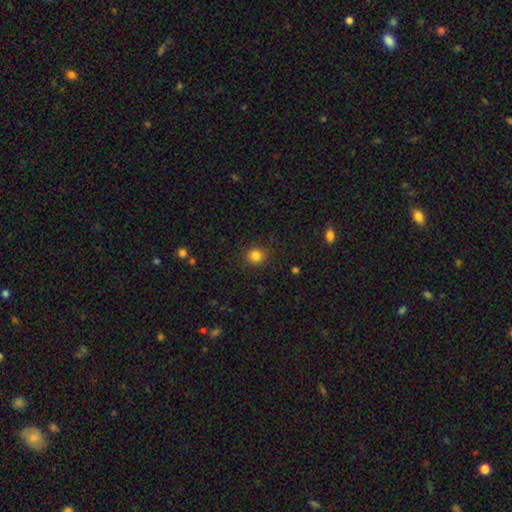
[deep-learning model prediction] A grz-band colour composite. It shows a smooth galaxy with no disk features (83%) that is round (91%). Merging: none (90%).